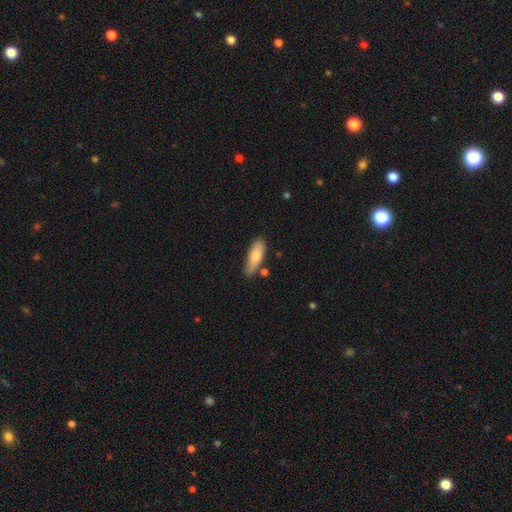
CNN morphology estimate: smooth-or-featured: smooth: 78% | featured or disk: 16% | star or artifact: 6%
  how-rounded: in between: 61% | cigar-shaped: 37% | round: 2%
  merging: none: 62% | minor disturbance: 25% | merger: 8% | major disturbance: 5%